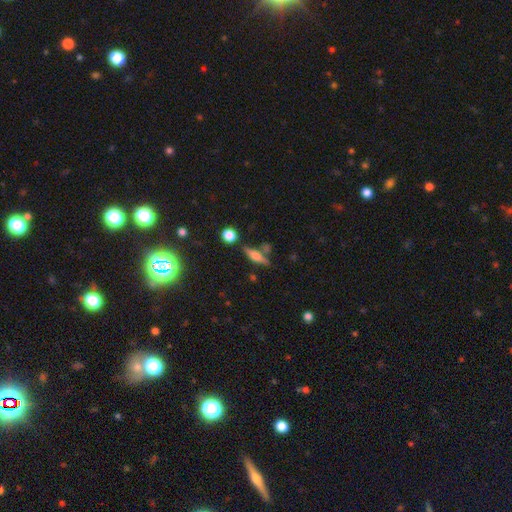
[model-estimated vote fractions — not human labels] smooth-or-featured: smooth: 46% | featured or disk: 44% | star or artifact: 10%
  merging: none: 71% | minor disturbance: 14% | merger: 11% | major disturbance: 4%